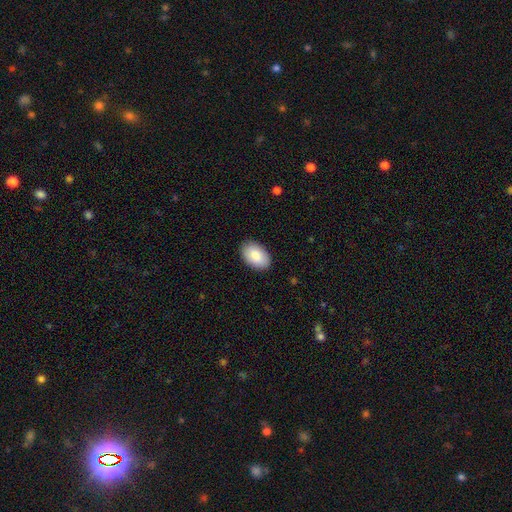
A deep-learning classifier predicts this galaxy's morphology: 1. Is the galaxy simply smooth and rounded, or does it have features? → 86% smooth, 8% featured or disk, 6% star or artifact.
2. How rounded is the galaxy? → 93% in between, 6% round, 1% cigar-shaped.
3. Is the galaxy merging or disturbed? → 88% none, 9% minor disturbance, 2% major disturbance, 1% merger.